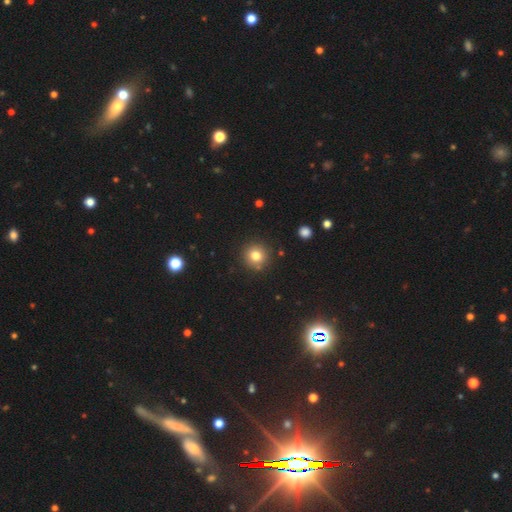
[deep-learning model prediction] Morphology: type=smooth (79%); roundness=round (93%); merging=none (88%).